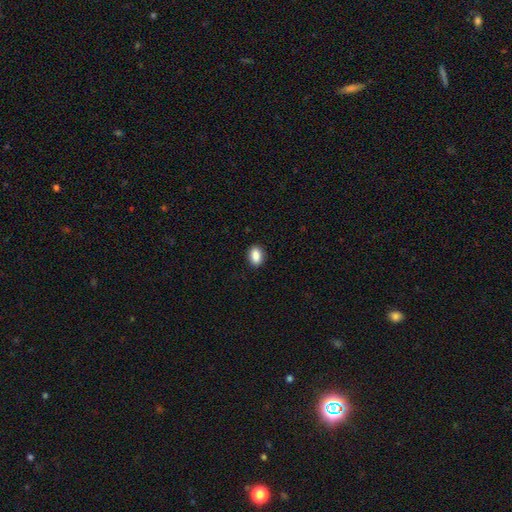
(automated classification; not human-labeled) The model was most divided on "how rounded": in between: 81%, round: 16%, cigar-shaped: 2%. More confident: merging — none (89%); smooth or featured — smooth (88%).